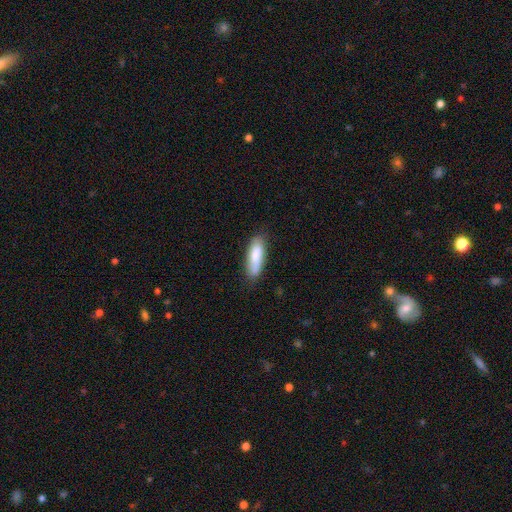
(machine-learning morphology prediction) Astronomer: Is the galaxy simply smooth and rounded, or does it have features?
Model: smooth — 81%.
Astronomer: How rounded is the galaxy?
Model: in between — 51% (runner-up: cigar-shaped, 47%).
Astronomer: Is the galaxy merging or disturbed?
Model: none — 77%.